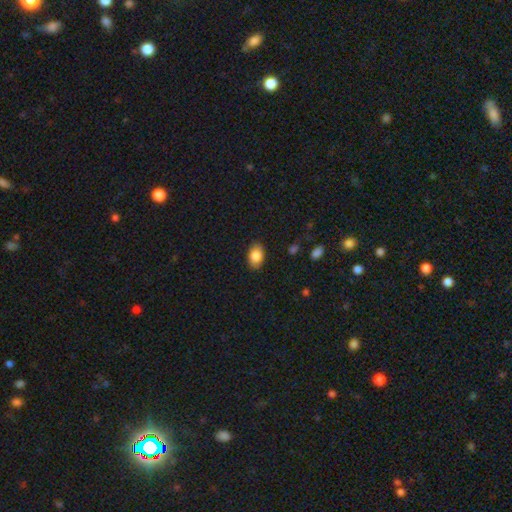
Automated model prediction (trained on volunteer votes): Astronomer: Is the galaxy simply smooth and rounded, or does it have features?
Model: smooth — 84%.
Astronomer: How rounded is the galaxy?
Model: in between — 87%.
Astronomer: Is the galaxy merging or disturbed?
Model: none — 87%.